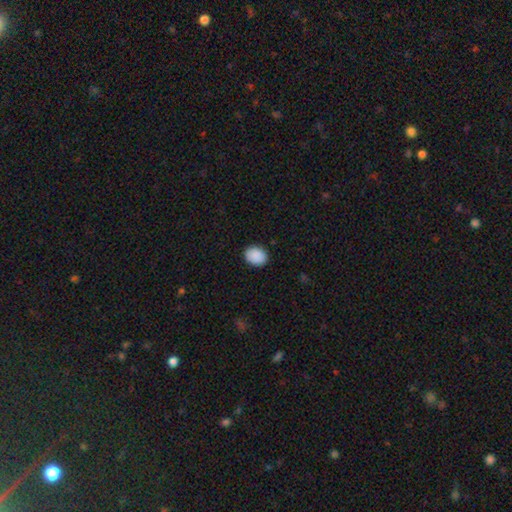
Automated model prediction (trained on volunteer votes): This appears to be a smooth galaxy with no disk features (91%) that is in between round and cigar-shaped (56%). Merging: none (89%).